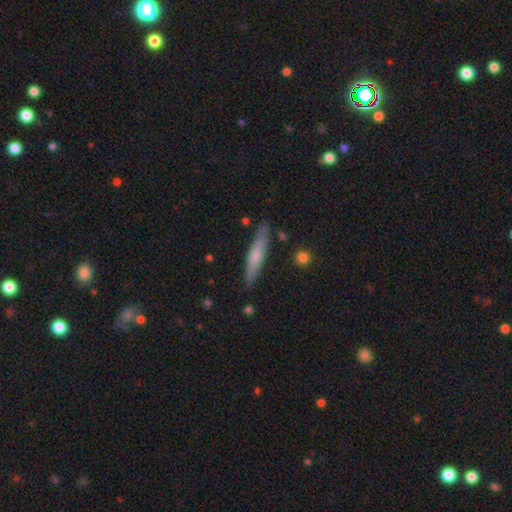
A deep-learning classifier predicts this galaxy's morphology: A smooth galaxy with no disk features (56%) that is cigar-shaped (86%). Merging: none (85%).